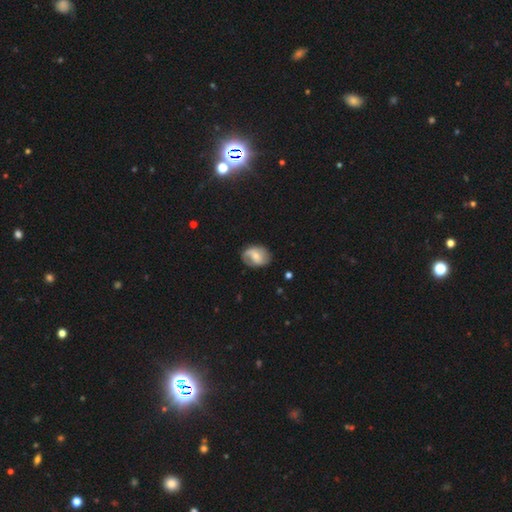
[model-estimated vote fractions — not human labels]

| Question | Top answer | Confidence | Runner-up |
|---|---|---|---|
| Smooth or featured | featured or disk | 61% | smooth (32%) |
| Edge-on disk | no | 97% | yes (3%) |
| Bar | weak | 44% | no (43%) |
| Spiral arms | yes | 85% | no (15%) |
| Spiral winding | medium | 41% | loose (34%) |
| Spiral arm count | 2 | 67% | 1 (16%) |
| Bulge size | small | 48% | moderate (45%) |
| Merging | none | 68% | minor disturbance (22%) |